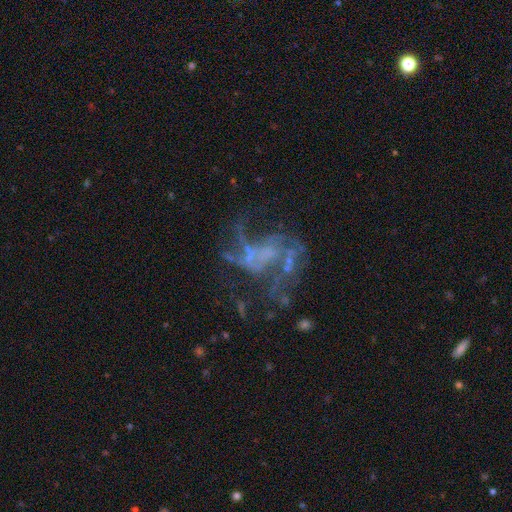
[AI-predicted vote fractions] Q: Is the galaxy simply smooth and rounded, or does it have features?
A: featured or disk — 73%.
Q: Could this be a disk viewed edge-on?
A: no — 98%.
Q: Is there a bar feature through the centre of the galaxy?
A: no — 68%.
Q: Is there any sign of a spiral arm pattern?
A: yes — 52%.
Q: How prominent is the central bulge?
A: none — 70%.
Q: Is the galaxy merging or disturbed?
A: major disturbance — 40%.